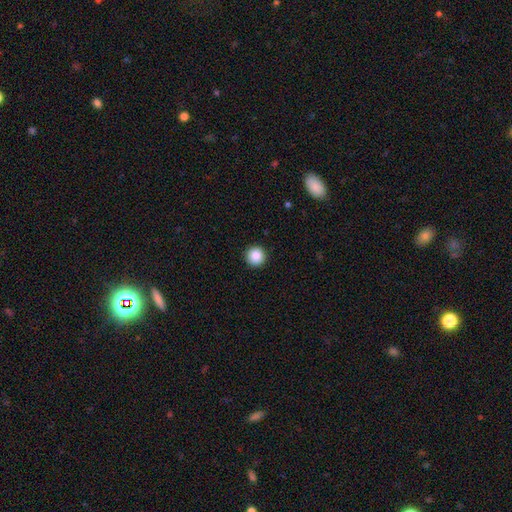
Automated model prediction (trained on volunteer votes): Smooth or featured: smooth — 88% (star or artifact — 9%)
How rounded: round — 96% (in between — 3%)
Merging: none — 93% (minor disturbance — 4%)